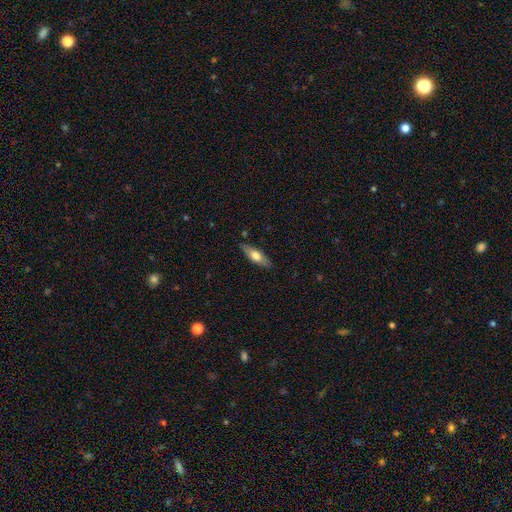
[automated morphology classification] Overall: smooth (58%; featured or disk 36%). How rounded: cigar-shaped (51%; in between 47%). Merging: none (85%).